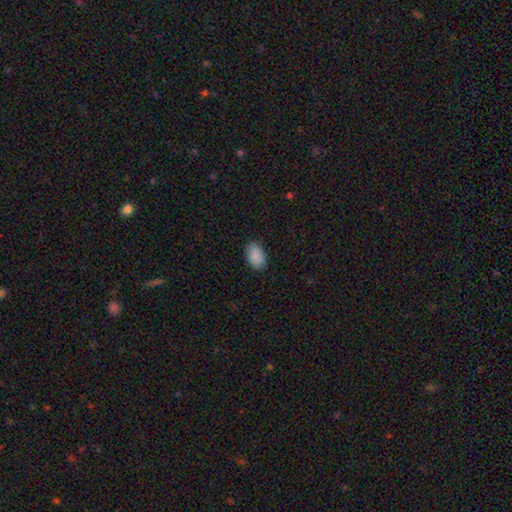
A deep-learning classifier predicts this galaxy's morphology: This appears to be a smooth galaxy with no disk features (90%) that is in between round and cigar-shaped (90%). Merging: none (87%).